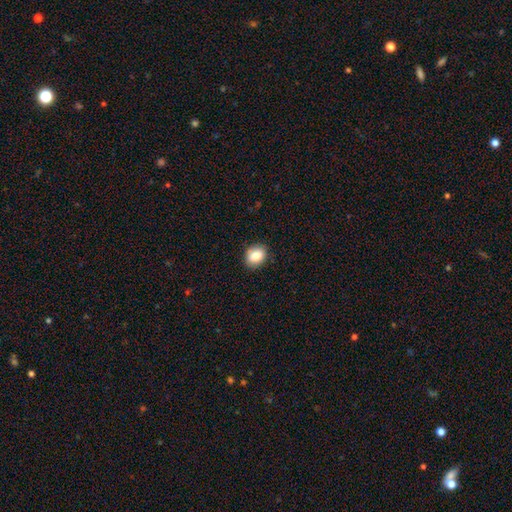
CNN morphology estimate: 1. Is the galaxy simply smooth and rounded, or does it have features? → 86% smooth, 8% star or artifact, 5% featured or disk.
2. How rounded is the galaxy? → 50% round, 49% in between, 1% cigar-shaped.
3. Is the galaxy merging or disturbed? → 86% none, 11% minor disturbance, 2% major disturbance, 1% merger.